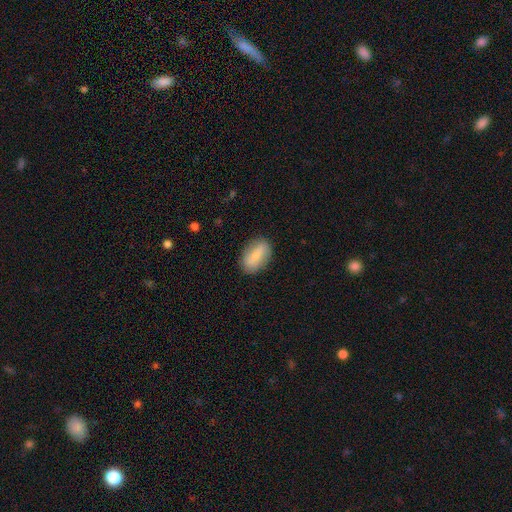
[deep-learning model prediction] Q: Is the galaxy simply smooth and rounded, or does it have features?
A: smooth — 77%.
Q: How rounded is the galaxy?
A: in between — 90%.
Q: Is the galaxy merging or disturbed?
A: none — 84%.